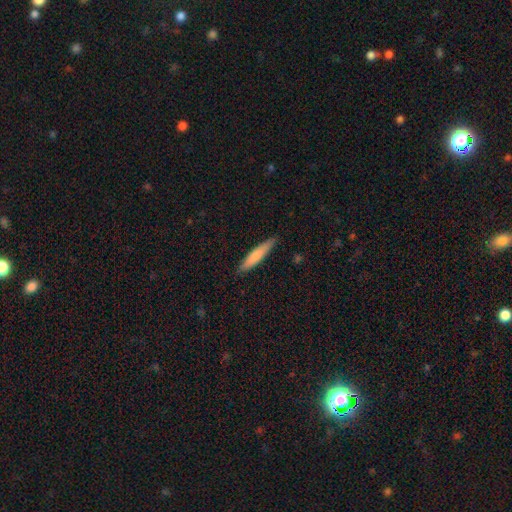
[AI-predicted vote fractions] Overall: smooth (75%). How rounded: cigar-shaped (89%). Merging: none (88%).